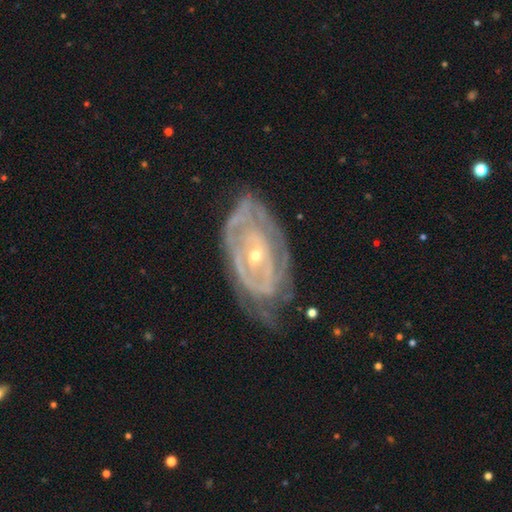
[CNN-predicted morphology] Smooth or featured? Predicted: featured or disk (p=0.84). Edge-on disk? Predicted: no (p=0.94). Bar? Predicted: no (p=0.57). Spiral arms? Predicted: yes (p=0.79). Spiral winding? Predicted: tight (p=0.70). Spiral arm count? Predicted: can't tell (p=0.48). Bulge size? Predicted: small (p=0.65). Merging? Predicted: none (p=0.51).